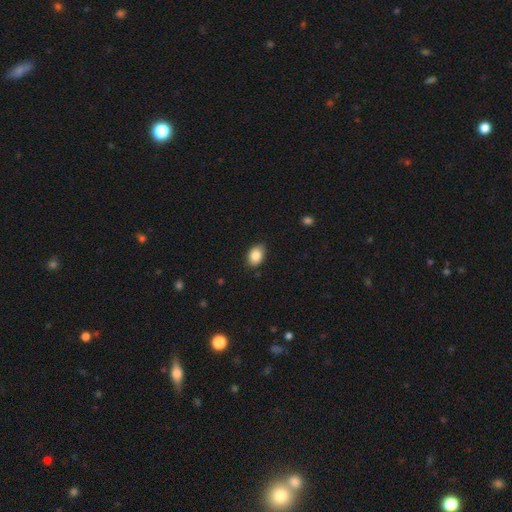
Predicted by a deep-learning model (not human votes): Smooth or featured? smooth (86%)
How rounded? in between (82%)
Merging? none (82%)